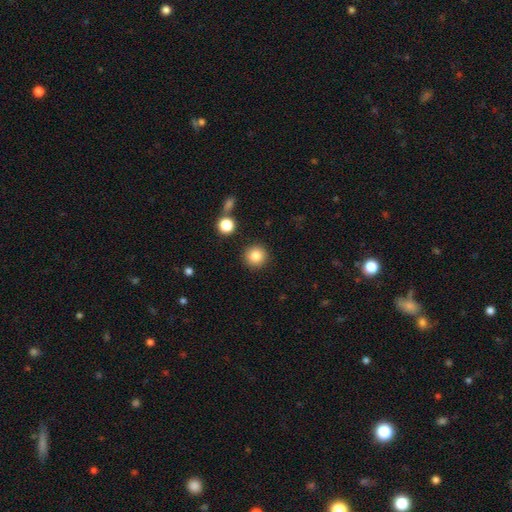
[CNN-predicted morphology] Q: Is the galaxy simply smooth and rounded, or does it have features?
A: smooth — 84%.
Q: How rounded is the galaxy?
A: round — 95%.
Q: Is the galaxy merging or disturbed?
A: none — 90%.